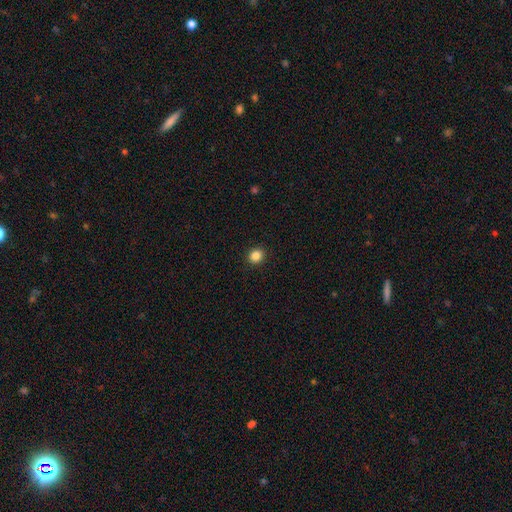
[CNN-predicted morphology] smooth_or_featured: smooth (p=0.85) [alt: star or artifact p=0.11]
how_rounded: round (p=0.82) [alt: in between p=0.18]
merging: none (p=0.92) [alt: minor disturbance p=0.05]